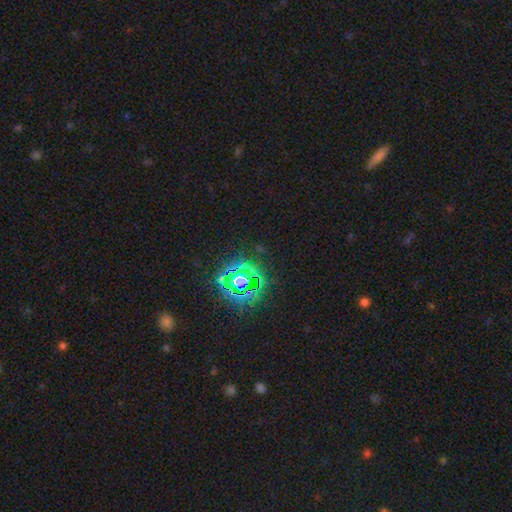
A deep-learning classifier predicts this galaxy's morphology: Smooth or featured? Predicted: star or artifact (p=0.79).